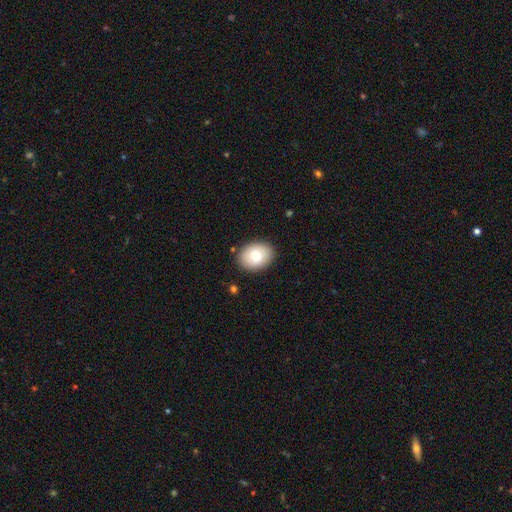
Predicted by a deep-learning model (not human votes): Smooth or featured? Predicted: smooth (p=0.72). How rounded? Predicted: in between (p=0.61). Merging? Predicted: none (p=0.88).